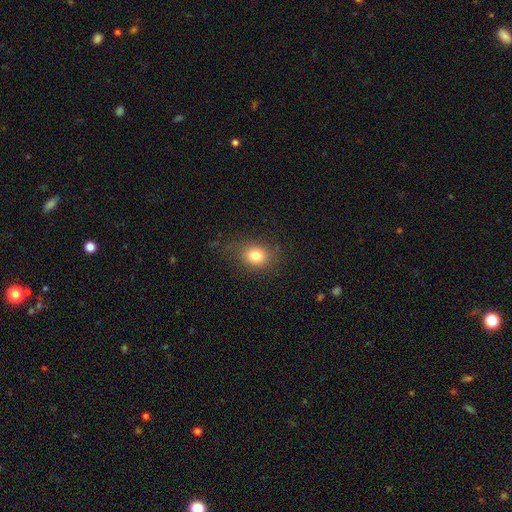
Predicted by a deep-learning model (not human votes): smooth_or_featured: smooth (p=0.79) [alt: star or artifact p=0.12]
how_rounded: round (p=0.54) [alt: in between p=0.45]
merging: none (p=0.74) [alt: minor disturbance p=0.18]